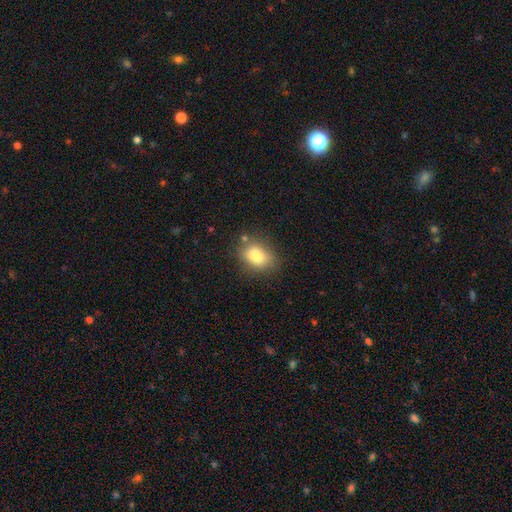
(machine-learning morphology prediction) A smooth galaxy with no disk features (79%) that is in between round and cigar-shaped (67%).

Vote fractions:
- Smooth or featured? smooth: 79% / featured or disk: 11% / star or artifact: 10%
- How rounded? in between: 67% / round: 32% / cigar-shaped: 2%
- Merging? none: 74% / minor disturbance: 17% / merger: 5% / major disturbance: 4%